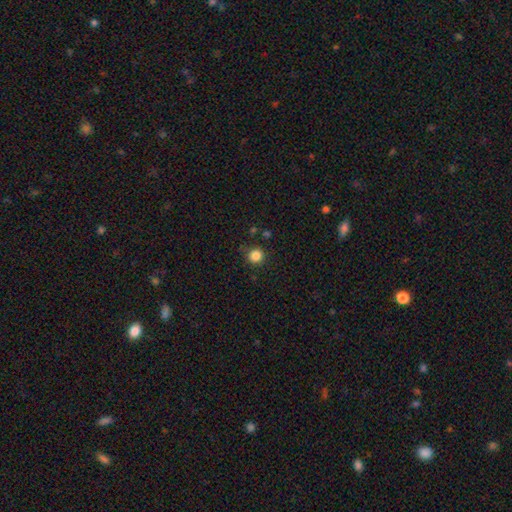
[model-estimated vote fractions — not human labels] A smooth galaxy with no disk features (84%) that is round (93%). Merging: none (85%).